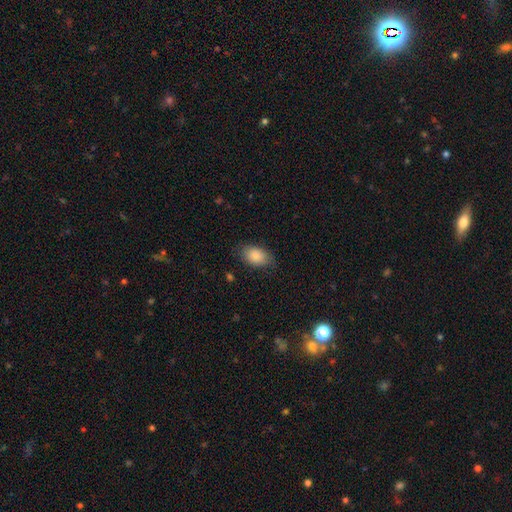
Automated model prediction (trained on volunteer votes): Smooth or featured? Predicted: smooth (p=0.85). How rounded? Predicted: in between (p=0.89). Merging? Predicted: none (p=0.75).